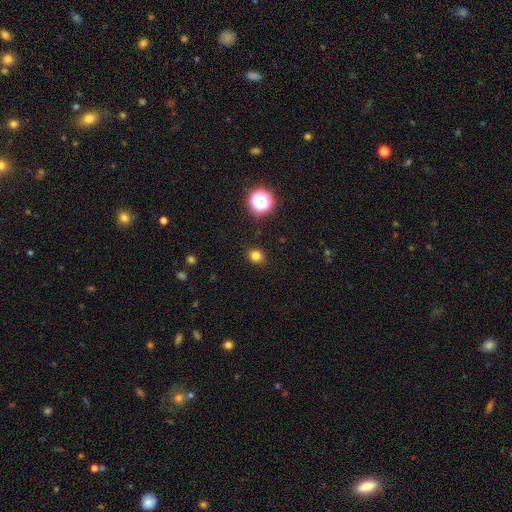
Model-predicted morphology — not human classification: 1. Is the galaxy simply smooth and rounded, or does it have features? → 80% smooth, 15% star or artifact, 4% featured or disk.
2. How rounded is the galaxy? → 83% round, 16% in between, 1% cigar-shaped.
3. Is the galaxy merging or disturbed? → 91% none, 6% minor disturbance, 2% major disturbance, 1% merger.